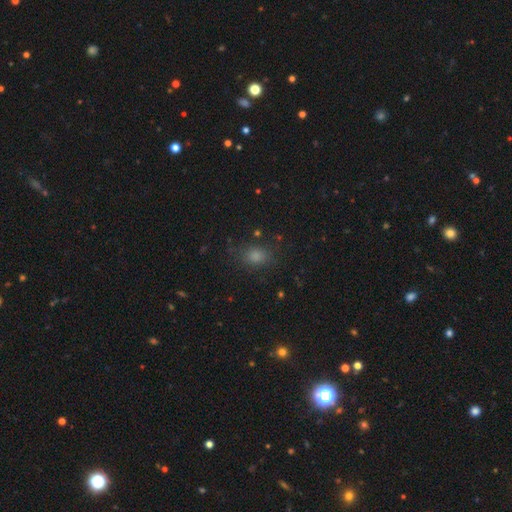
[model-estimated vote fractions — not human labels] The model was most divided on "how rounded": round: 54%, in between: 44%, cigar-shaped: 2%. More confident: merging — none (80%); smooth or featured — smooth (69%).